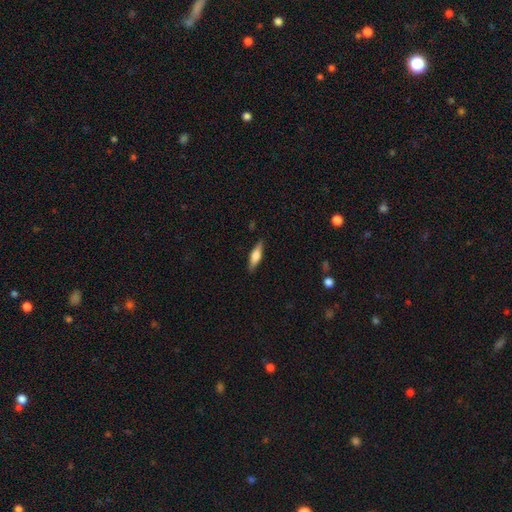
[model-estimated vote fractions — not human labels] Smooth or featured?
  - smooth: 53% *
  - featured or disk: 41%
  - star or artifact: 6%
How rounded?
  - cigar-shaped: 57% *
  - in between: 40%
  - round: 3%
Merging?
  - none: 87% *
  - minor disturbance: 10%
  - major disturbance: 2%
  - merger: 1%